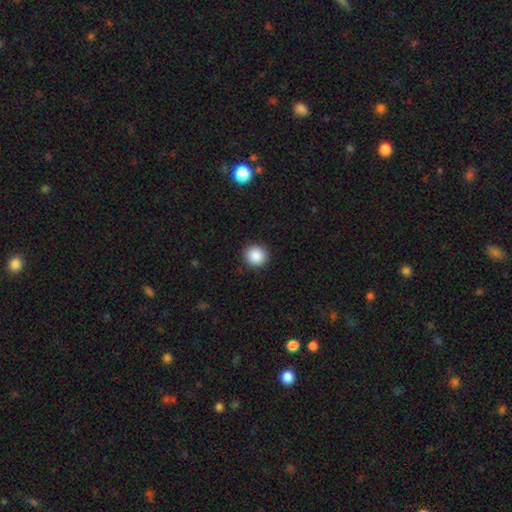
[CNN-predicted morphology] Smooth or featured?
  - smooth: 88% *
  - star or artifact: 9%
  - featured or disk: 3%
How rounded?
  - round: 94% *
  - in between: 5%
  - cigar-shaped: 1%
Merging?
  - none: 92% *
  - minor disturbance: 5%
  - major disturbance: 2%
  - merger: 1%